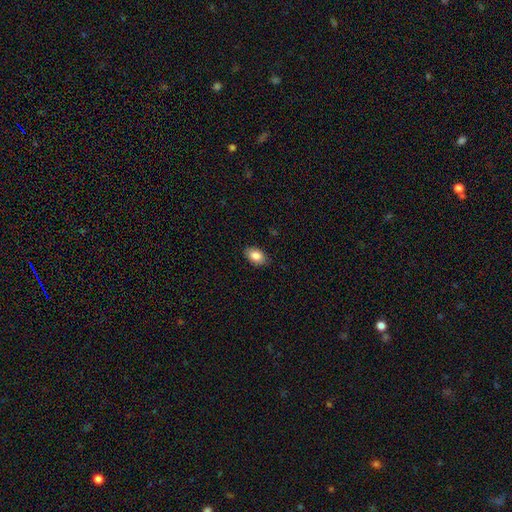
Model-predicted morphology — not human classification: Overall: smooth (85%). How rounded: in between (89%). Merging: none (86%).